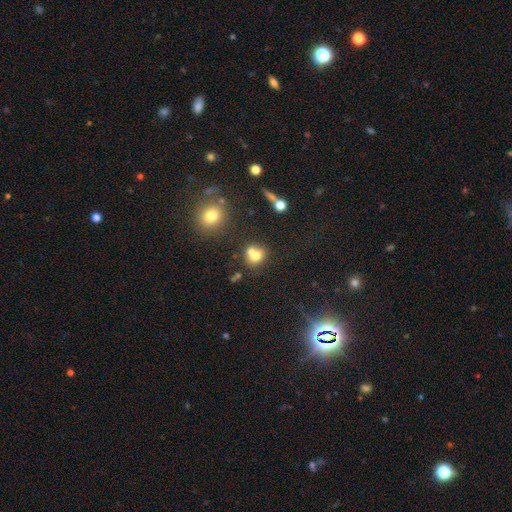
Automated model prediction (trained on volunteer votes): The model was most divided on "merging": merger: 52%, none: 35%, minor disturbance: 9%, major disturbance: 4%. More confident: how rounded — round (70%); smooth or featured — smooth (68%).